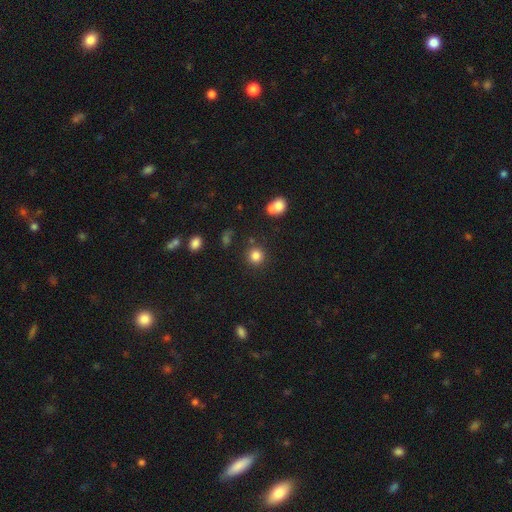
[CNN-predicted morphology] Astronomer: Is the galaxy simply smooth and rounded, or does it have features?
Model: smooth — 82%.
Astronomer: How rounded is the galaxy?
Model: round — 93%.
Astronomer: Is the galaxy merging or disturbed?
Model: none — 84%.